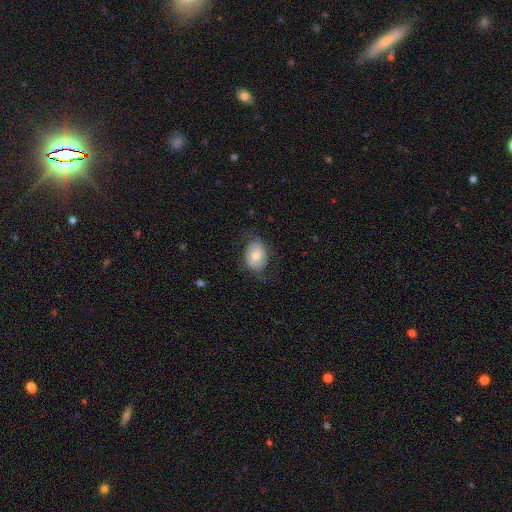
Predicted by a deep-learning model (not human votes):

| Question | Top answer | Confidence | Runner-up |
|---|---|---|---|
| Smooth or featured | smooth | 62% | featured or disk (31%) |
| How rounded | in between | 72% | round (27%) |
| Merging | none | 65% | minor disturbance (23%) |